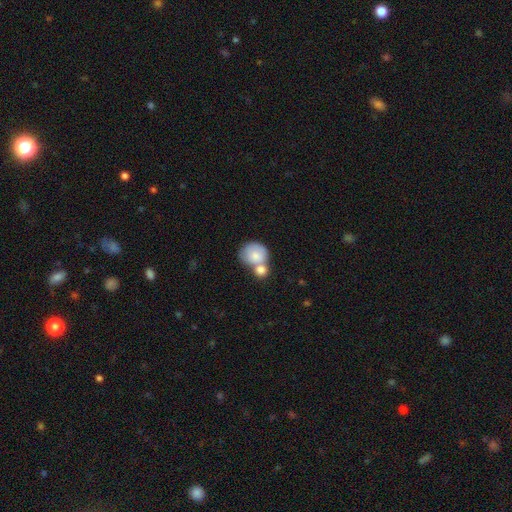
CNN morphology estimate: A smooth galaxy with no disk features (78%) that is round (69%).

Vote fractions:
- Smooth or featured? smooth: 78% / featured or disk: 15% / star or artifact: 7%
- How rounded? round: 69% / in between: 30% / cigar-shaped: 1%
- Merging? merger: 56% / none: 27% / minor disturbance: 12% / major disturbance: 5%